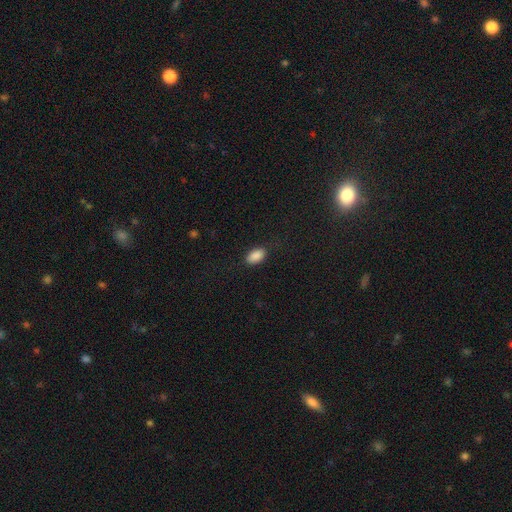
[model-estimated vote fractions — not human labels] A smooth galaxy with no disk features (89%) that is in between round and cigar-shaped (93%).

Vote fractions:
- Smooth or featured? smooth: 89% / star or artifact: 8% / featured or disk: 4%
- How rounded? in between: 93% / round: 5% / cigar-shaped: 2%
- Merging? none: 84% / minor disturbance: 12% / major disturbance: 3% / merger: 1%